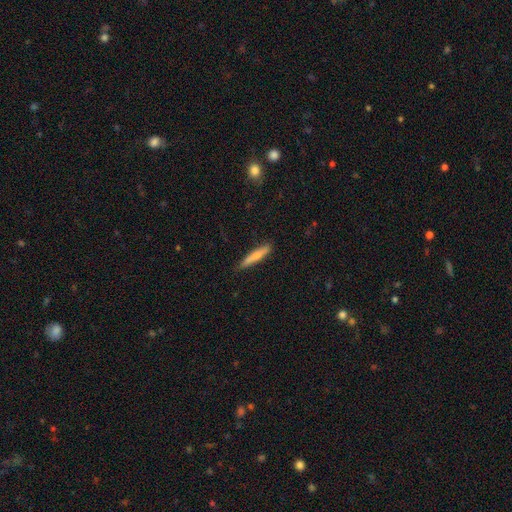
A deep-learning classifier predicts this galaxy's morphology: A smooth galaxy with no disk features (67%) that is cigar-shaped (91%). Merging: none (83%).